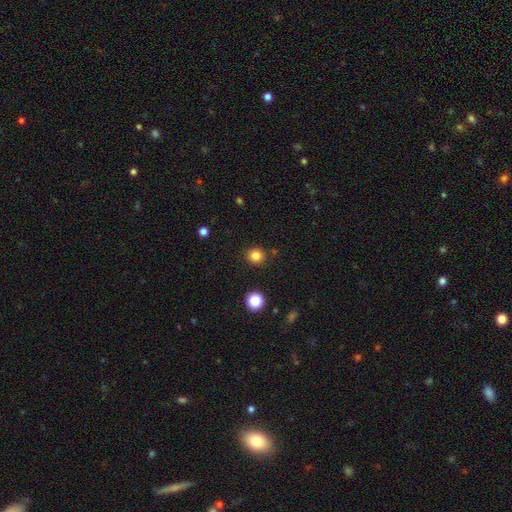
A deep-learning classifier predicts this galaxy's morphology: This is clearly a smooth galaxy (83%). How rounded: clearly round (89%). Merging: clearly none (89%).